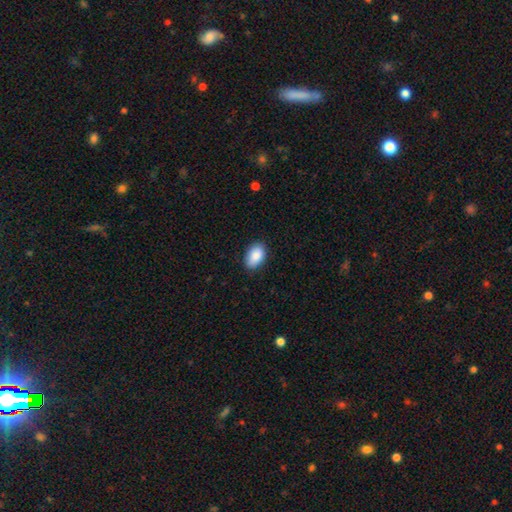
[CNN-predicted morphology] Smooth or featured? Predicted: smooth (p=0.89). How rounded? Predicted: in between (p=0.93). Merging? Predicted: none (p=0.86).